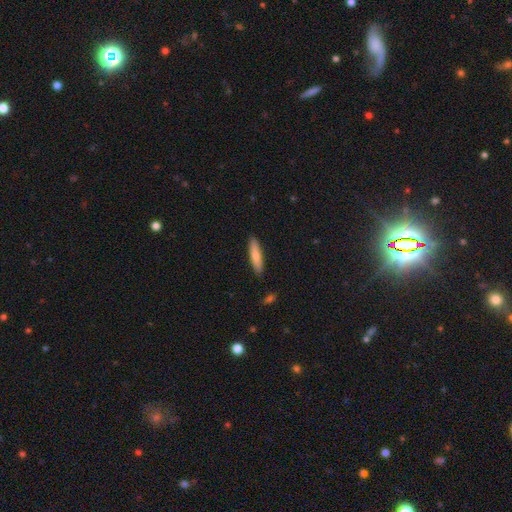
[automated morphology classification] A smooth galaxy with no disk features (76%) that is cigar-shaped (80%).

Vote fractions:
- Smooth or featured? smooth: 76% / featured or disk: 19% / star or artifact: 6%
- How rounded? cigar-shaped: 80% / in between: 19% / round: 1%
- Merging? none: 89% / minor disturbance: 8% / major disturbance: 2% / merger: 1%